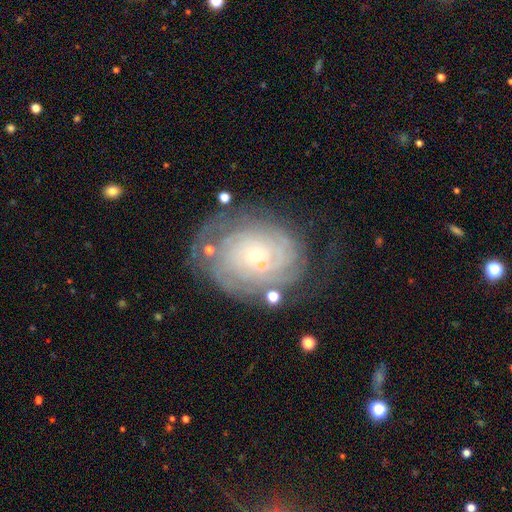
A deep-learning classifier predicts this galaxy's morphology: type=featured or disk (81%); edge-on=no (97%); bar=no (81%); spiral arms=yes (91%); winding=tight (79%); arm count=can't tell (42%); bulge=small (83%); merging=none (62%).